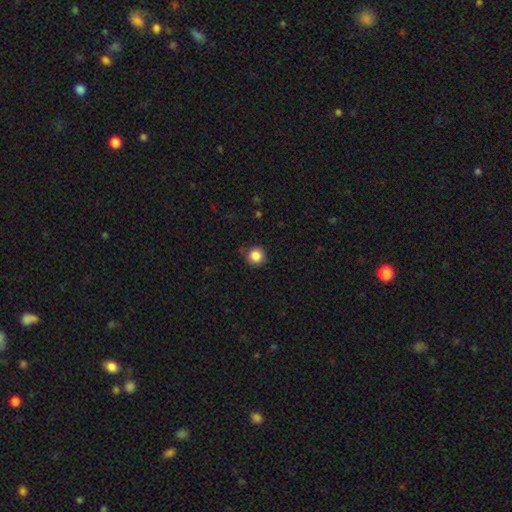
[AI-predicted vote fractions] smooth 85%, star or artifact 11%, featured or disk 4%. Down the decision tree: how rounded — round (94%); merging — none (86%).